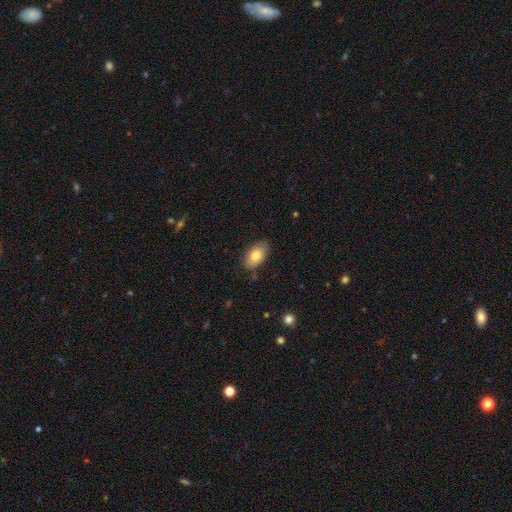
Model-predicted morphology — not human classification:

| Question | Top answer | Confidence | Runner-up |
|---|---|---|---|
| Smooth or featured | smooth | 77% | featured or disk (16%) |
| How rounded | in between | 92% | round (7%) |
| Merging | none | 83% | minor disturbance (13%) |